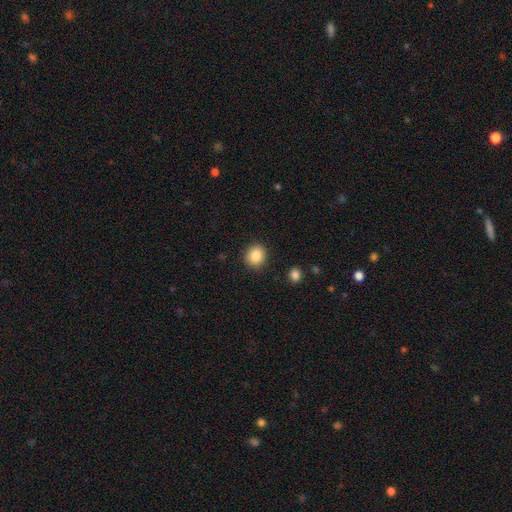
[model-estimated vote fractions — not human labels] smooth_or_featured: smooth (p=0.85) [alt: star or artifact p=0.09]
how_rounded: round (p=0.79) [alt: in between p=0.21]
merging: none (p=0.90) [alt: minor disturbance p=0.07]